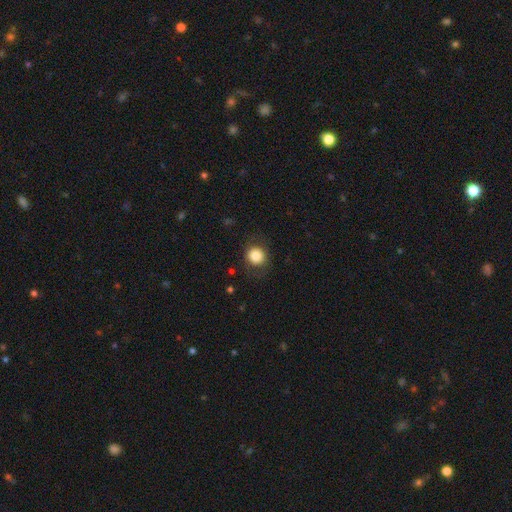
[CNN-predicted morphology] This appears to be a smooth galaxy with no disk features (82%) that is round (87%). Merging: none (81%).